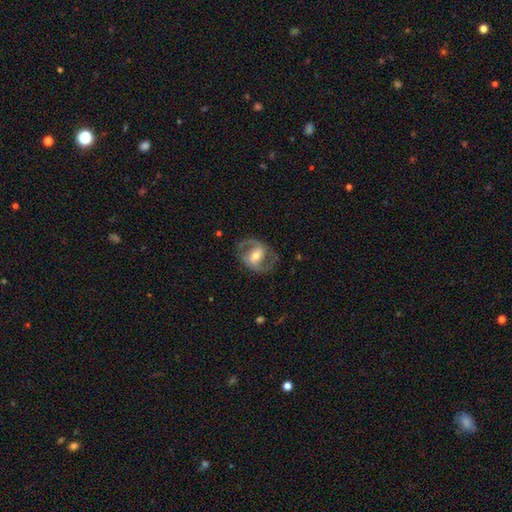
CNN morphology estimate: smooth_or_featured: featured or disk (p=0.82) [alt: smooth p=0.12]
disk_edge_on: no (p=0.97) [alt: yes p=0.03]
bar: weak (p=0.44) [alt: strong p=0.31]
has_spiral_arms: yes (p=0.91) [alt: no p=0.09]
spiral_winding: medium (p=0.55) [alt: loose p=0.29]
spiral_arm_count: 2 (p=0.90) [alt: can't tell p=0.04]
bulge_size: moderate (p=0.61) [alt: small p=0.30]
merging: none (p=0.75) [alt: minor disturbance p=0.14]